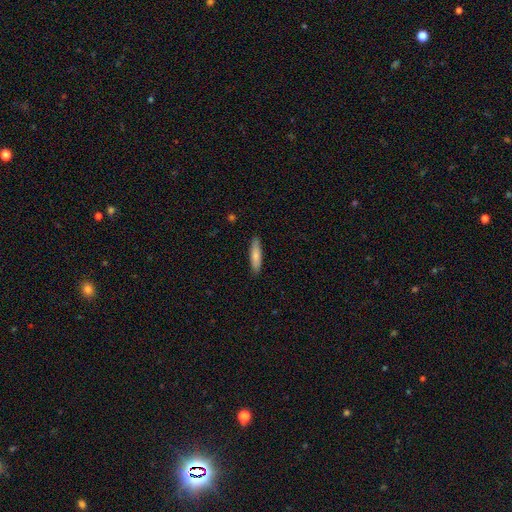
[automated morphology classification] This appears to be a smooth galaxy with no disk features (78%) that is cigar-shaped (78%). Merging: none (89%).